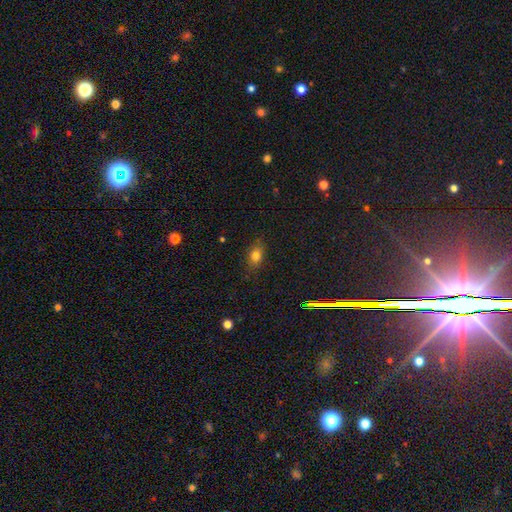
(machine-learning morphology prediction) Smooth or featured? Predicted: smooth (p=0.77). How rounded? Predicted: in between (p=0.71). Merging? Predicted: none (p=0.82).